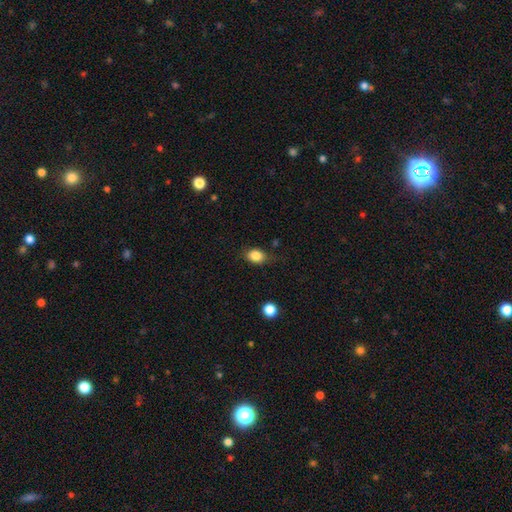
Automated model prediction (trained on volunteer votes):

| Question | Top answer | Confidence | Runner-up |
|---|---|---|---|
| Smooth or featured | smooth | 84% | star or artifact (9%) |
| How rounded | in between | 64% | round (34%) |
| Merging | none | 73% | minor disturbance (20%) |